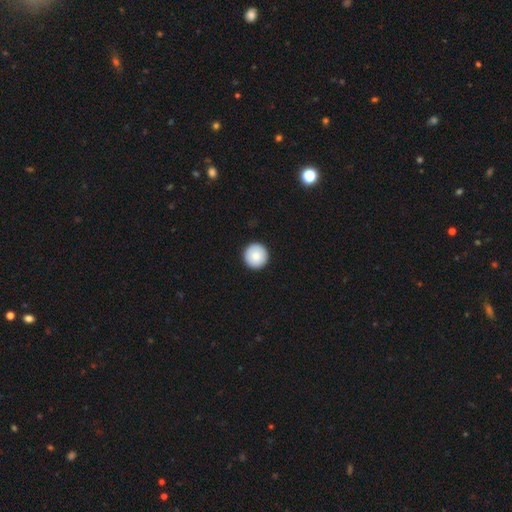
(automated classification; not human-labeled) smooth 86%, featured or disk 7%, star or artifact 7%. Down the decision tree: how rounded — round (96%); merging — none (94%).